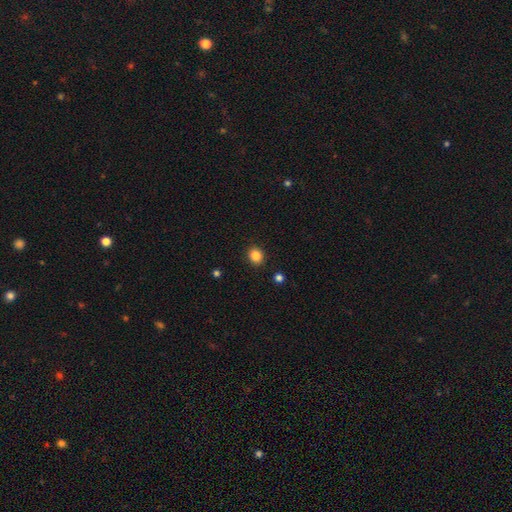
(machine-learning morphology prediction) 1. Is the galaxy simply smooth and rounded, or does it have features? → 86% smooth, 10% star or artifact, 4% featured or disk.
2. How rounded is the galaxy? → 73% round, 26% in between, 1% cigar-shaped.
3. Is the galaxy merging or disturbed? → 90% none, 6% minor disturbance, 2% major disturbance, 1% merger.